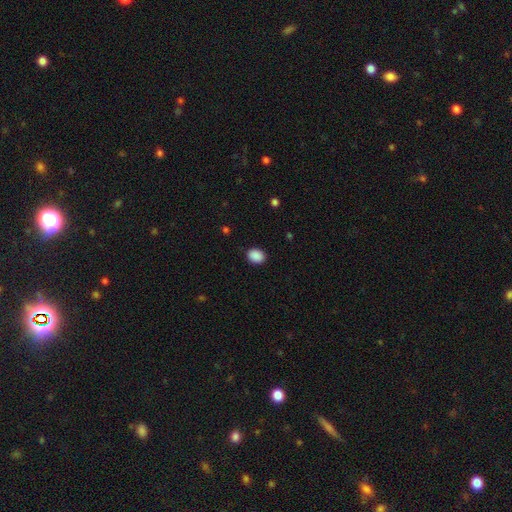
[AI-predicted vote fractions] Q: Smooth or featured?
A: smooth (89%); runner-up: star or artifact (8%)
Q: How rounded?
A: in between (53%); runner-up: round (47%)
Q: Merging?
A: none (89%); runner-up: minor disturbance (8%)